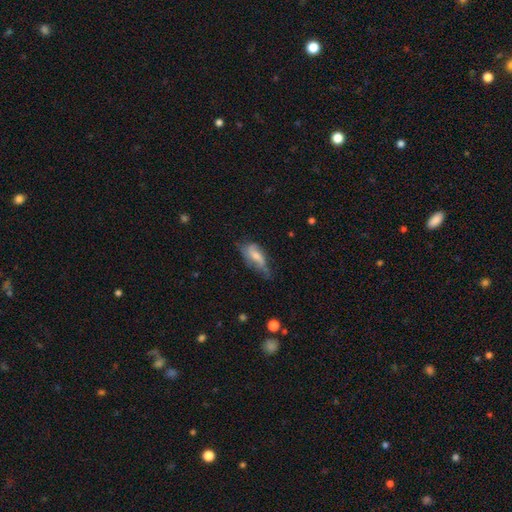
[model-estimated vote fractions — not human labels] The model was most divided on "merging": minor disturbance: 38%, none: 36%, major disturbance: 23%, merger: 3%. Remaining: smooth or featured — smooth (49%).